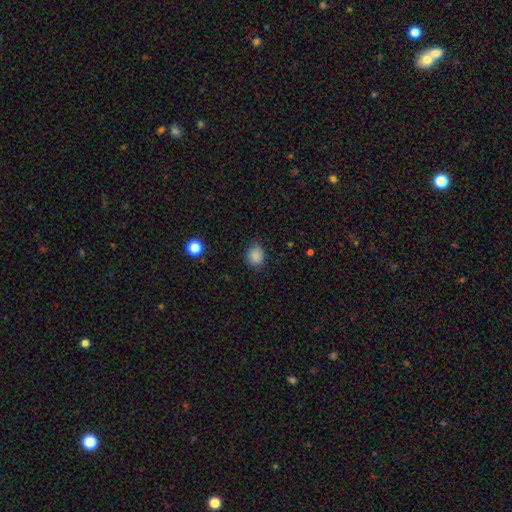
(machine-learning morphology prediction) type=smooth (86%); roundness=round (65%); merging=none (81%).